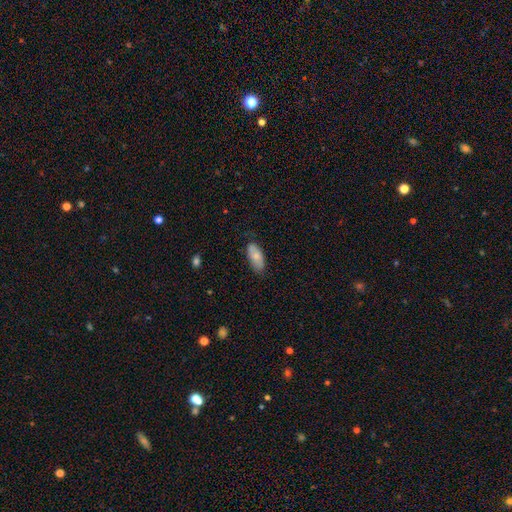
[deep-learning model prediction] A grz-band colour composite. It shows a smooth galaxy with no disk features (78%) that is in between round and cigar-shaped (87%). Merging: none (78%).